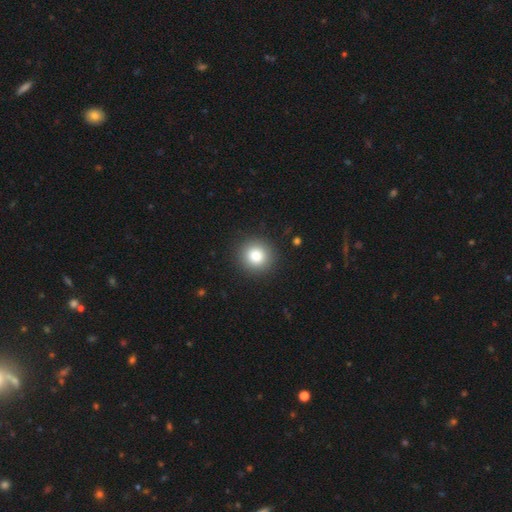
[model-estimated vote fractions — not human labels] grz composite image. It shows a smooth galaxy with no disk features (83%) that is round (93%). Merging: none (91%).